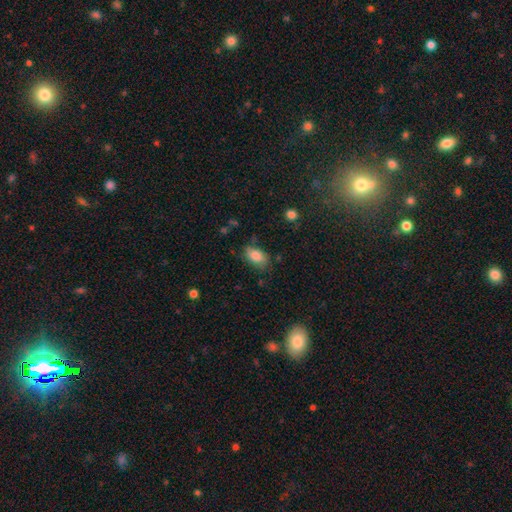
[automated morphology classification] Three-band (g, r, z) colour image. It shows a smooth galaxy with no disk features (82%) that is in between round and cigar-shaped (89%). Merging: none (71%).